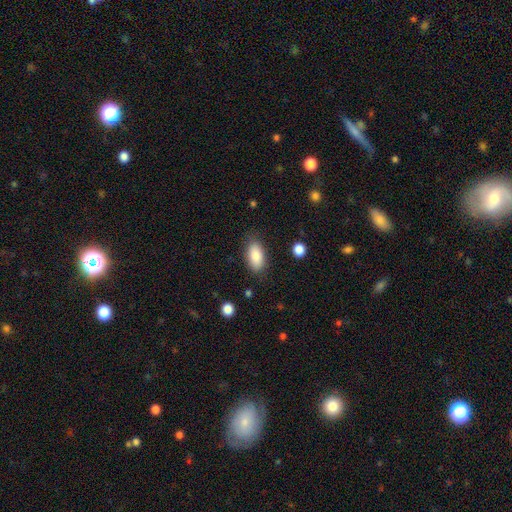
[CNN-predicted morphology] smooth 85%, featured or disk 8%, star or artifact 7%. Down the decision tree: how rounded — in between (91%); merging — none (82%).